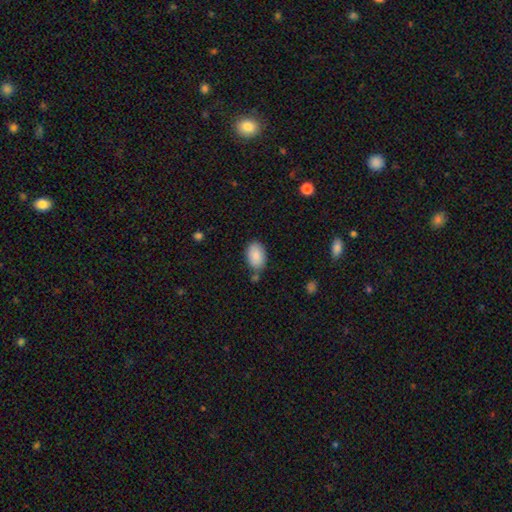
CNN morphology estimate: smooth_or_featured: smooth (p=0.87) [alt: featured or disk p=0.07]
how_rounded: in between (p=0.92) [alt: round p=0.07]
merging: none (p=0.72) [alt: minor disturbance p=0.17]